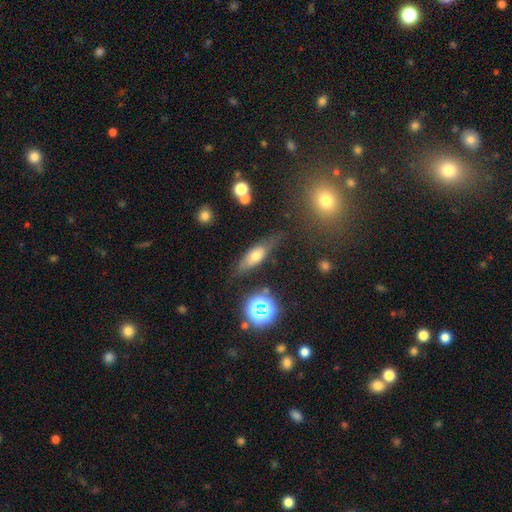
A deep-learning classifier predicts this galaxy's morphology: A smooth galaxy with no disk features (57%) that is in between round and cigar-shaped (59%). Merging: none (65%).